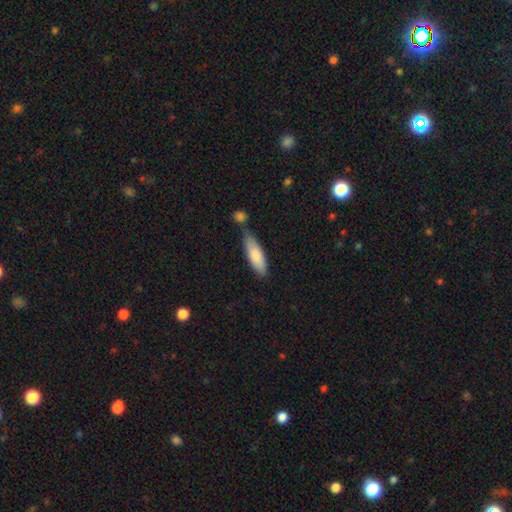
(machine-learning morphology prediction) smooth 82%, featured or disk 13%, star or artifact 5%. Down the decision tree: how rounded — in between (52%); merging — none (61%).